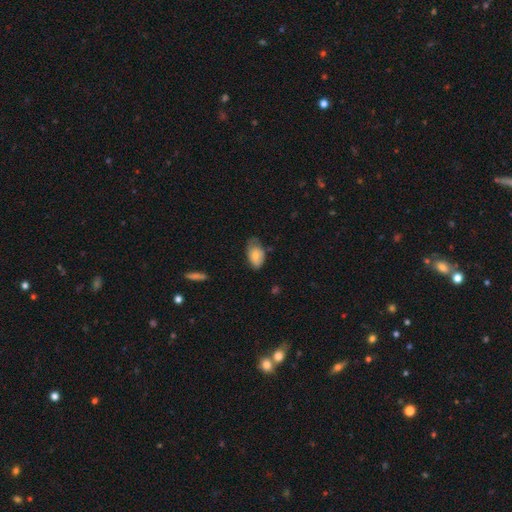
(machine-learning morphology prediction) smooth_or_featured: smooth (p=0.71) [alt: featured or disk p=0.23]
how_rounded: in between (p=0.92) [alt: round p=0.06]
merging: none (p=0.48) [alt: minor disturbance p=0.39]